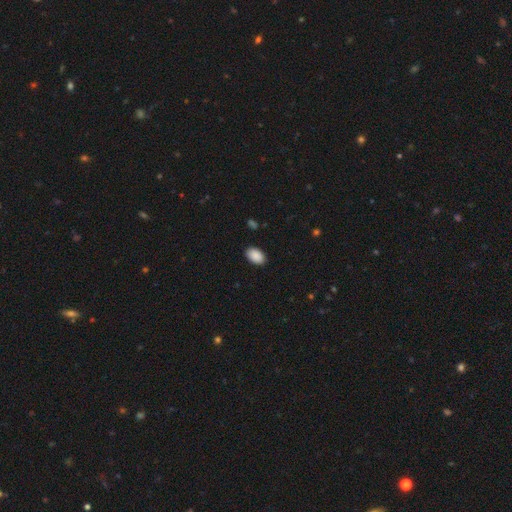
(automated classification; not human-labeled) A smooth galaxy with no disk features (90%) that is in between round and cigar-shaped (91%).

Vote fractions:
- Smooth or featured? smooth: 90% / star or artifact: 7% / featured or disk: 3%
- How rounded? in between: 91% / round: 8% / cigar-shaped: 1%
- Merging? none: 88% / minor disturbance: 9% / major disturbance: 2% / merger: 1%